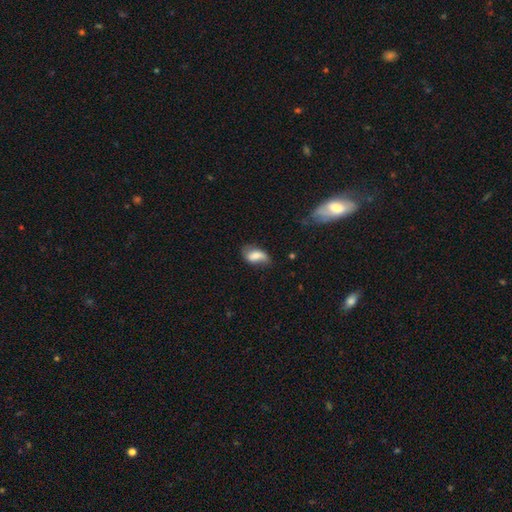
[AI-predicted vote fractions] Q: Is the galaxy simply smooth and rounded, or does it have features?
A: smooth — 63%.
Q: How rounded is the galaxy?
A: in between — 89%.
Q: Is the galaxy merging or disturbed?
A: none — 44%.